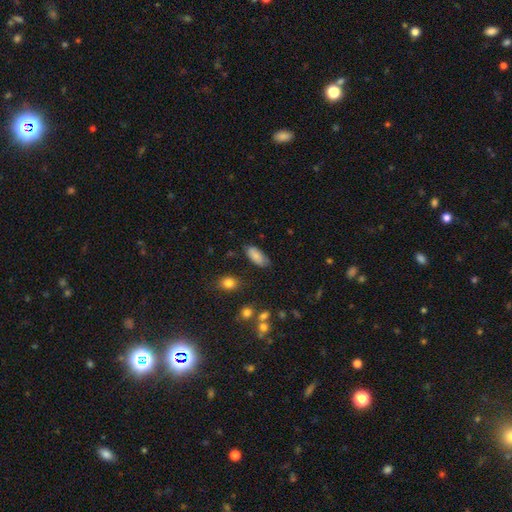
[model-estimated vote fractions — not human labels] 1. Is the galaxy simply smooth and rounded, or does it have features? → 82% smooth, 10% featured or disk, 8% star or artifact.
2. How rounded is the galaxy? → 87% in between, 11% cigar-shaped, 2% round.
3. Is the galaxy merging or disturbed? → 73% none, 20% minor disturbance, 4% major disturbance, 2% merger.